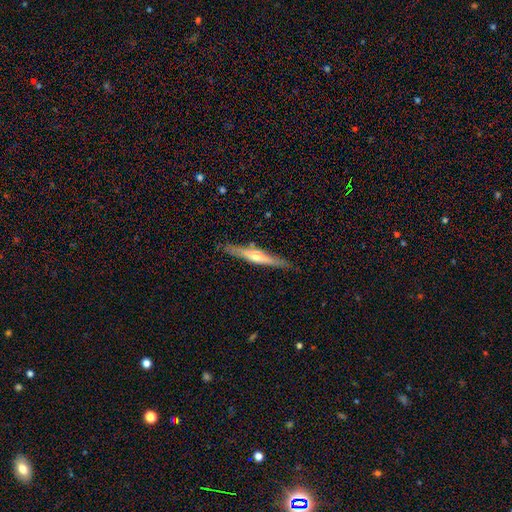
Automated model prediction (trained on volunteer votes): smooth_or_featured: featured or disk (p=0.68) [alt: smooth p=0.26]
disk_edge_on: yes (p=0.95) [alt: no p=0.05]
edge_on_bulge: rounded (p=0.87) [alt: none p=0.09]
merging: none (p=0.87) [alt: minor disturbance p=0.09]